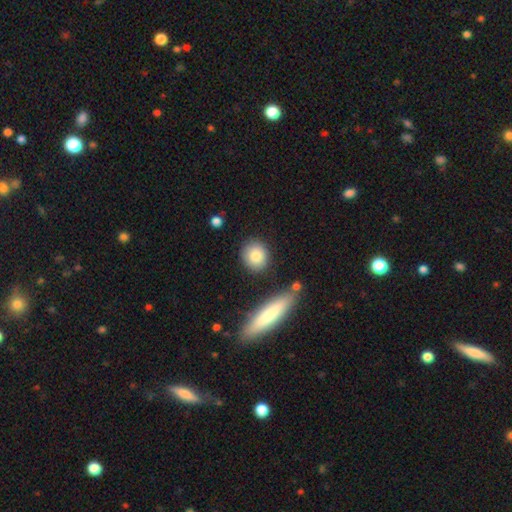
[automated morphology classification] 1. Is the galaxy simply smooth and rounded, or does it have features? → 84% smooth, 8% featured or disk, 7% star or artifact.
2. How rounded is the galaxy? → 73% round, 25% in between, 3% cigar-shaped.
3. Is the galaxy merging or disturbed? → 84% none, 9% minor disturbance, 5% merger, 3% major disturbance.